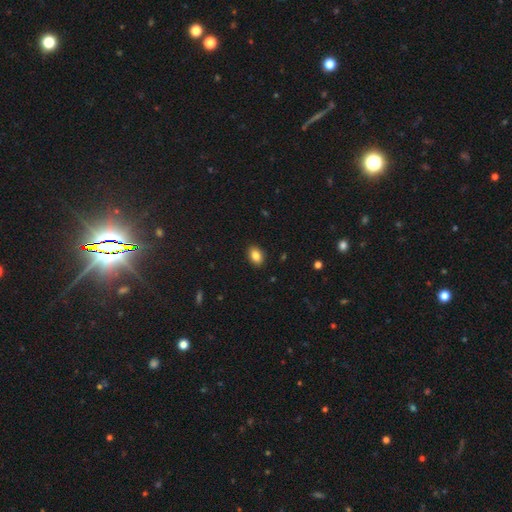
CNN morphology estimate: smooth 86%, star or artifact 9%, featured or disk 6%. Down the decision tree: how rounded — in between (82%); merging — none (89%).